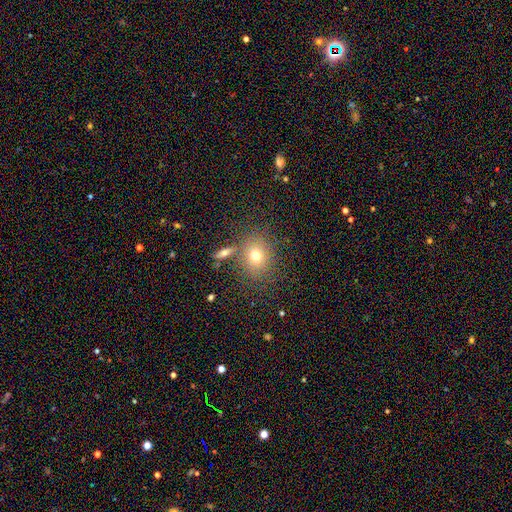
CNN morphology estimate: A smooth galaxy with no disk features (71%) that is round (66%).

Vote fractions:
- Smooth or featured? smooth: 71% / star or artifact: 15% / featured or disk: 14%
- How rounded? round: 66% / in between: 32% / cigar-shaped: 1%
- Merging? none: 74% / minor disturbance: 11% / merger: 10% / major disturbance: 5%